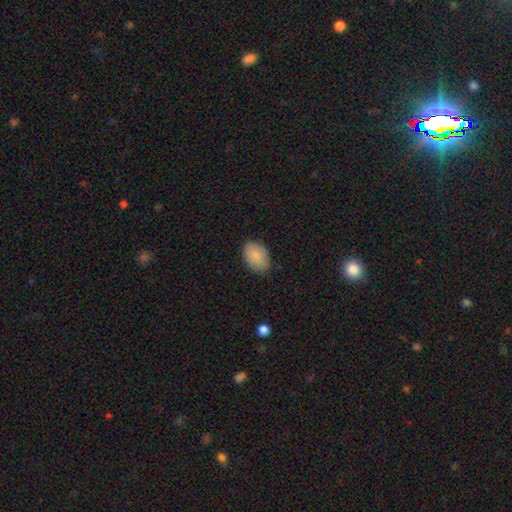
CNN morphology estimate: Smooth or featured? smooth (86%)
How rounded? in between (85%)
Merging? none (82%)